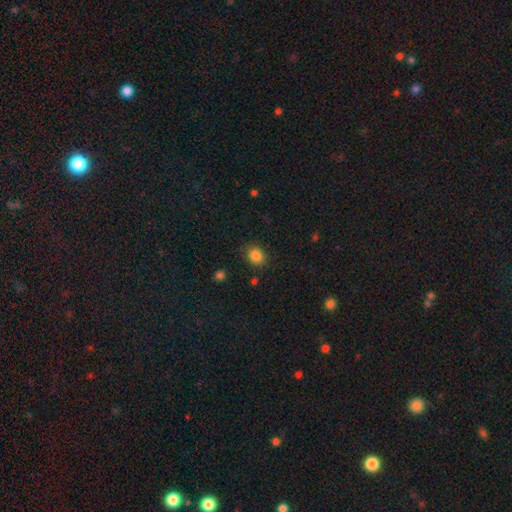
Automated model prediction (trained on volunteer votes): Smooth or featured: smooth — 84% (star or artifact — 10%)
How rounded: round — 56% (in between — 43%)
Merging: none — 82% (minor disturbance — 13%)